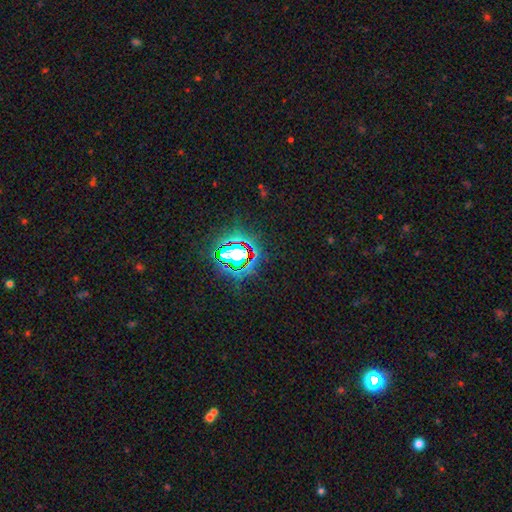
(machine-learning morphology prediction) Smooth or featured: star or artifact — 83% (smooth — 10%)